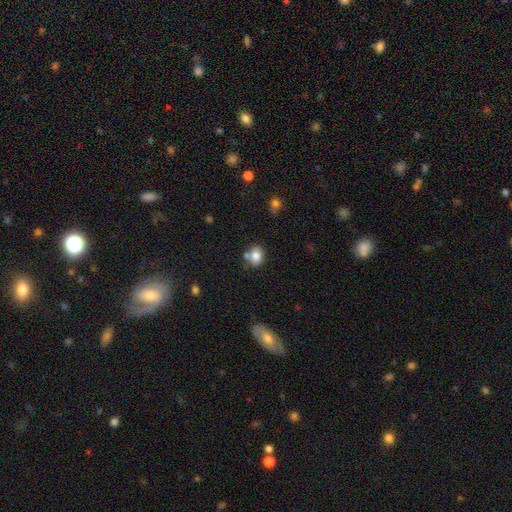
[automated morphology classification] Smooth or featured? Predicted: smooth (p=0.79). How rounded? Predicted: in between (p=0.57). Merging? Predicted: none (p=0.63).